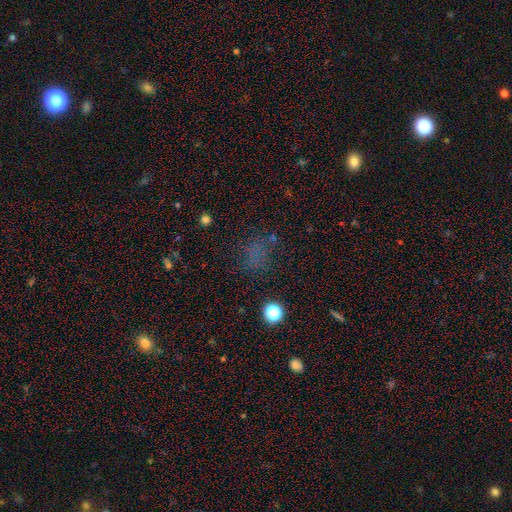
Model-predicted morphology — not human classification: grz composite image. It shows a smooth galaxy with no disk features (51%) that is round (59%). Merging: none (68%).